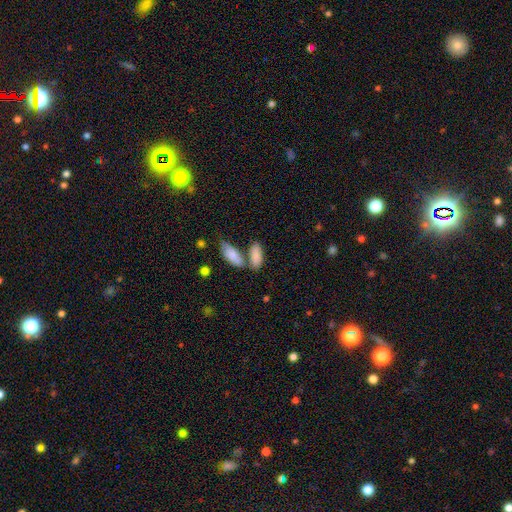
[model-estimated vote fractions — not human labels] A smooth galaxy with no disk features (82%) that is in between round and cigar-shaped (81%). Merging: none (46%).